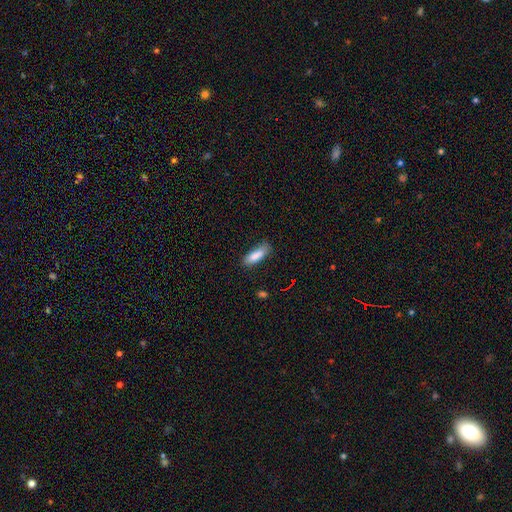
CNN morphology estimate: smooth-or-featured: smooth: 85% | featured or disk: 8% | star or artifact: 7%
  how-rounded: in between: 57% | cigar-shaped: 41% | round: 2%
  merging: none: 72% | minor disturbance: 21% | major disturbance: 5% | merger: 2%